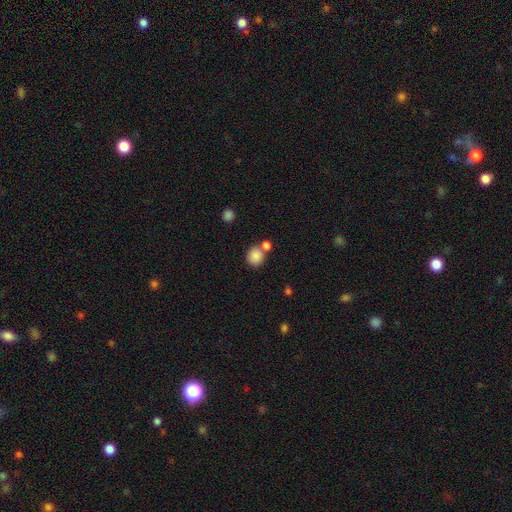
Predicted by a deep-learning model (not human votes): smooth_or_featured: smooth (p=0.85) [alt: star or artifact p=0.09]
how_rounded: round (p=0.81) [alt: in between p=0.18]
merging: none (p=0.60) [alt: merger p=0.27]